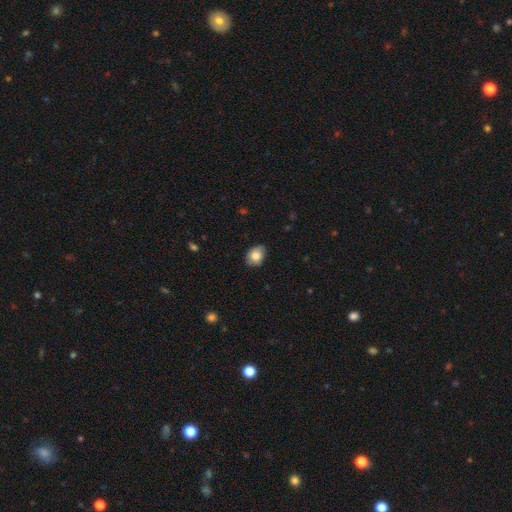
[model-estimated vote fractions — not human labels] Smooth or featured? Predicted: smooth (p=0.82). How rounded? Predicted: in between (p=0.66). Merging? Predicted: none (p=0.73).